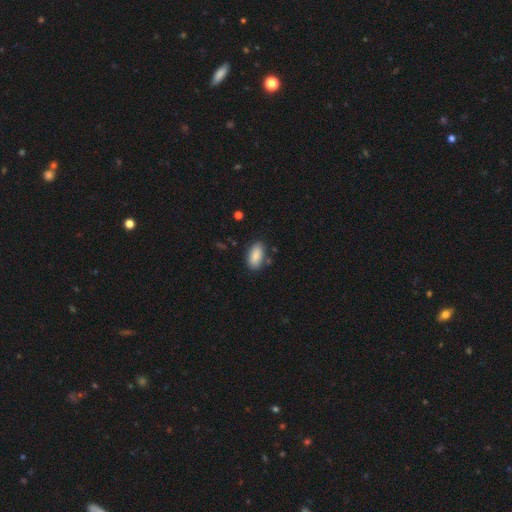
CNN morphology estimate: Overall: smooth (87%). How rounded: in between (93%). Merging: none (79%).